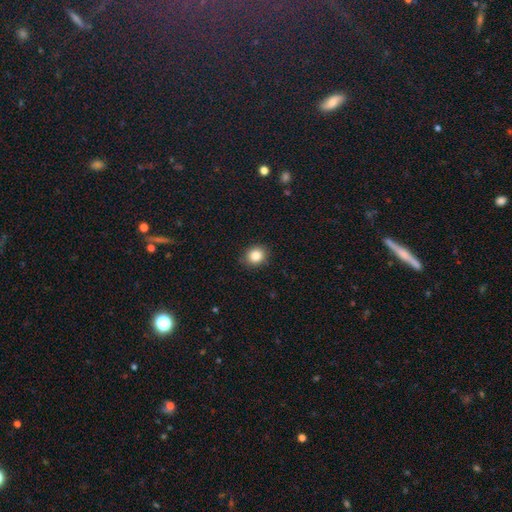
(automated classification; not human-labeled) Smooth or featured?
  - smooth: 85% *
  - star or artifact: 10%
  - featured or disk: 5%
How rounded?
  - round: 75% *
  - in between: 24%
  - cigar-shaped: 1%
Merging?
  - none: 88% *
  - minor disturbance: 9%
  - major disturbance: 2%
  - merger: 1%